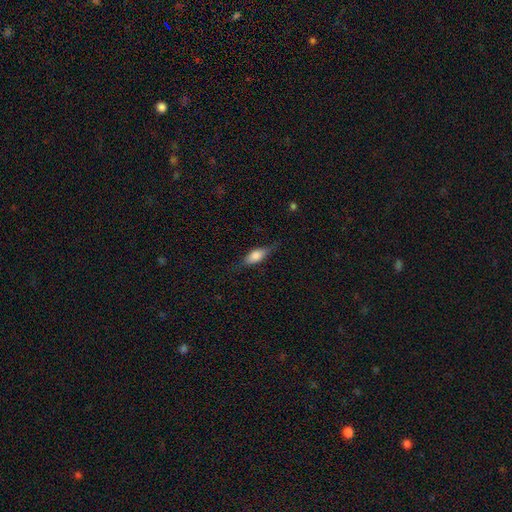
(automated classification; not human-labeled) This appears to be a smooth galaxy with no disk features (68%) that is in between round and cigar-shaped (70%). Merging: none (70%).